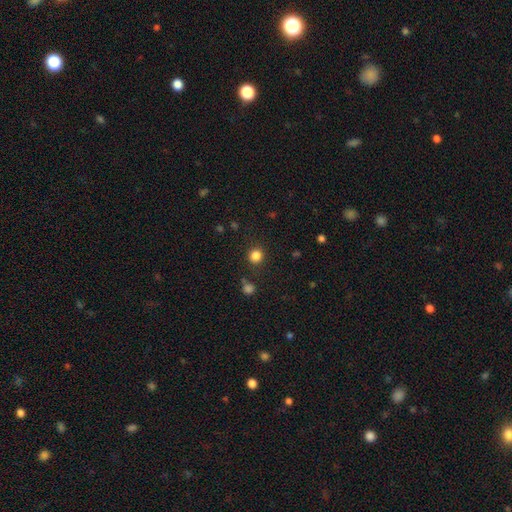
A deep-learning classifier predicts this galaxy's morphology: A smooth galaxy with no disk features (83%) that is round (88%).

Vote fractions:
- Smooth or featured? smooth: 83% / star or artifact: 13% / featured or disk: 4%
- How rounded? round: 88% / in between: 11% / cigar-shaped: 1%
- Merging? none: 86% / minor disturbance: 8% / major disturbance: 3% / merger: 3%